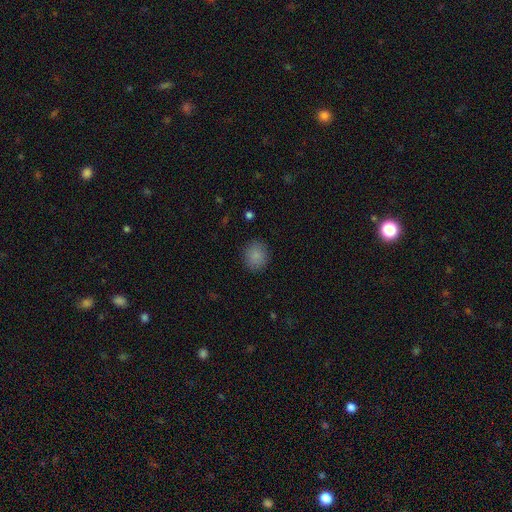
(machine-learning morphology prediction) Smooth or featured? smooth (87%)
How rounded? round (75%)
Merging? none (88%)